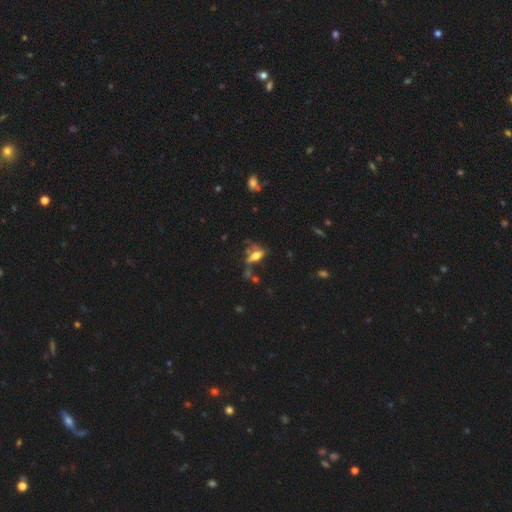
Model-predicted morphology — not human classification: type=smooth (47%); merging=none (36%).